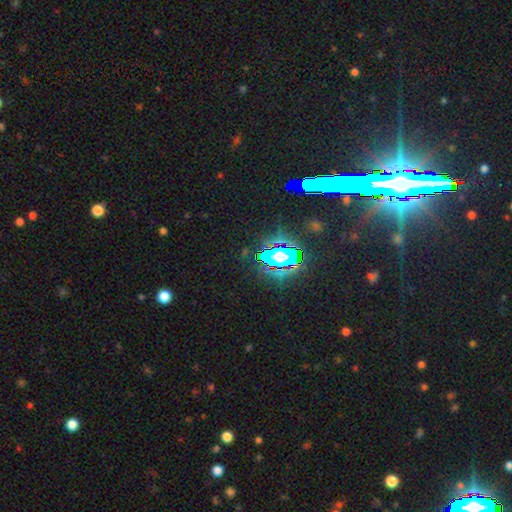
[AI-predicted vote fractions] This is clearly a star or artifact rather than a galaxy (81%).